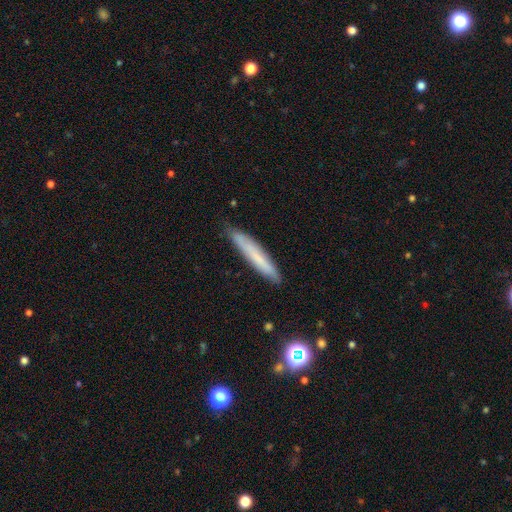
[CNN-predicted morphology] A smooth galaxy with no disk features (66%) that is cigar-shaped (94%).

Vote fractions:
- Smooth or featured? smooth: 66% / featured or disk: 27% / star or artifact: 8%
- How rounded? cigar-shaped: 94% / in between: 5% / round: 1%
- Merging? none: 86% / minor disturbance: 11% / major disturbance: 2% / merger: 1%